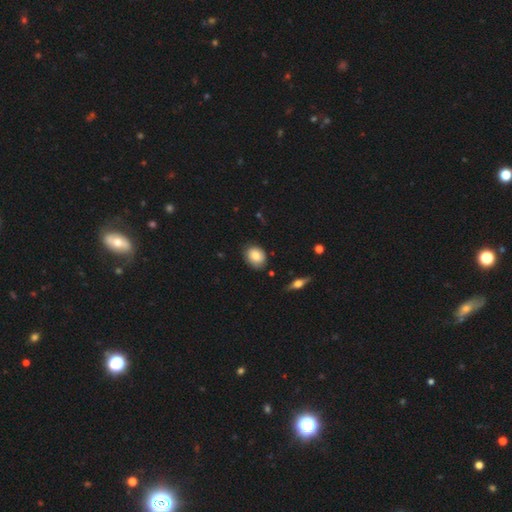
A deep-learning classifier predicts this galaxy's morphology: Smooth or featured: smooth — 81% (featured or disk — 12%)
How rounded: in between — 55% (round — 44%)
Merging: none — 78% (minor disturbance — 17%)